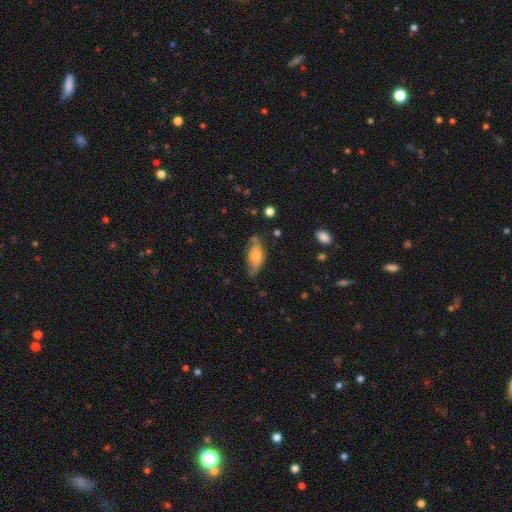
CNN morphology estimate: Q: Smooth or featured?
A: smooth (50%); runner-up: featured or disk (43%)
Q: Merging?
A: none (53%); runner-up: minor disturbance (33%)